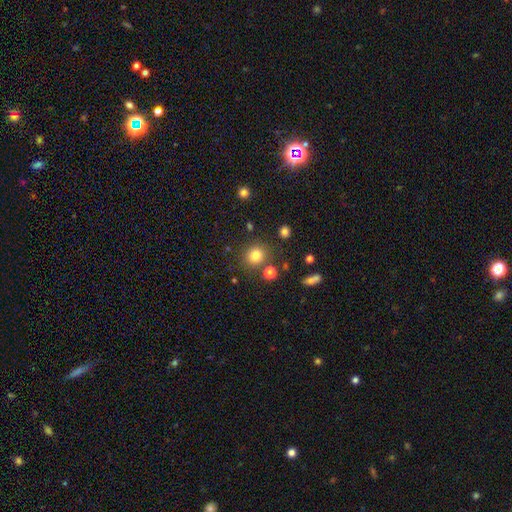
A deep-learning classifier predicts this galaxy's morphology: The model was most divided on "smooth or featured": smooth: 80%, star or artifact: 13%, featured or disk: 6%. More confident: how rounded — round (87%); merging — none (81%).